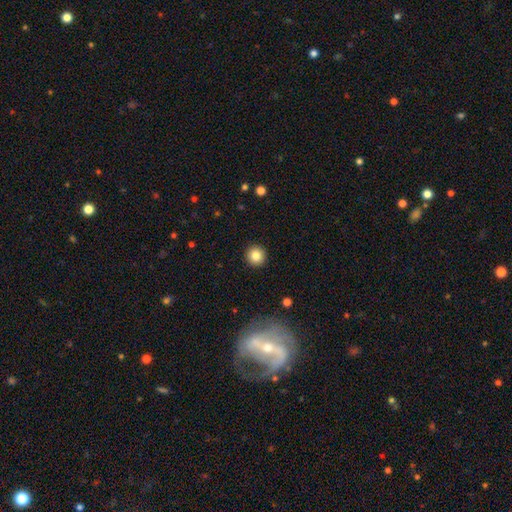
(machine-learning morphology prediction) Overall: smooth (84%). How rounded: round (95%). Merging: none (93%).